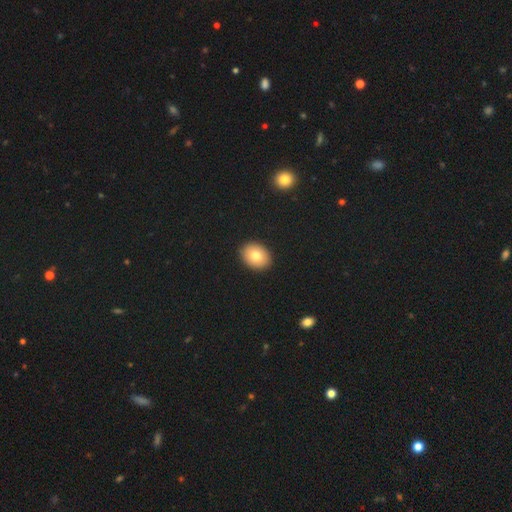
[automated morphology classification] Smooth or featured: smooth — 79% (featured or disk — 13%)
How rounded: in between — 60% (round — 39%)
Merging: none — 92% (minor disturbance — 6%)